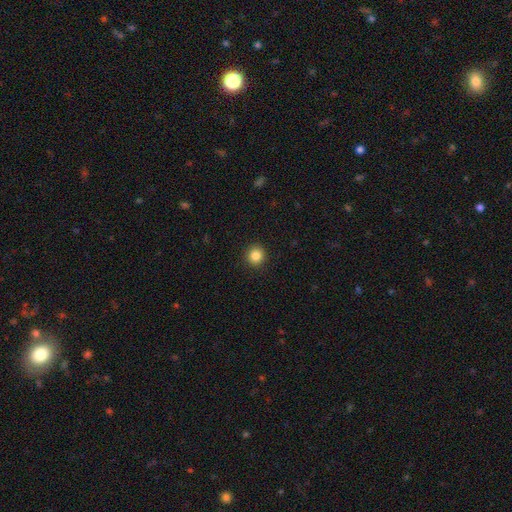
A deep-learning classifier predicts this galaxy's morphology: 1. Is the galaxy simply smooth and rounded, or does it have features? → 85% smooth, 10% star or artifact, 5% featured or disk.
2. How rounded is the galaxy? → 92% round, 7% in between, 1% cigar-shaped.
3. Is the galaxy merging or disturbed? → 92% none, 5% minor disturbance, 2% major disturbance, 1% merger.